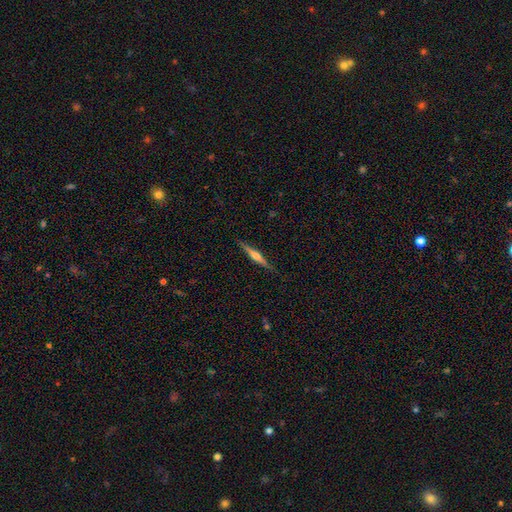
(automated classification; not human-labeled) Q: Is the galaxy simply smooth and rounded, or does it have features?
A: featured or disk — 71%.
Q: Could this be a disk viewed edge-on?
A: yes — 98%.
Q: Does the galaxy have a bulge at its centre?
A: rounded — 86%.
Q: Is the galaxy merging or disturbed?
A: none — 88%.